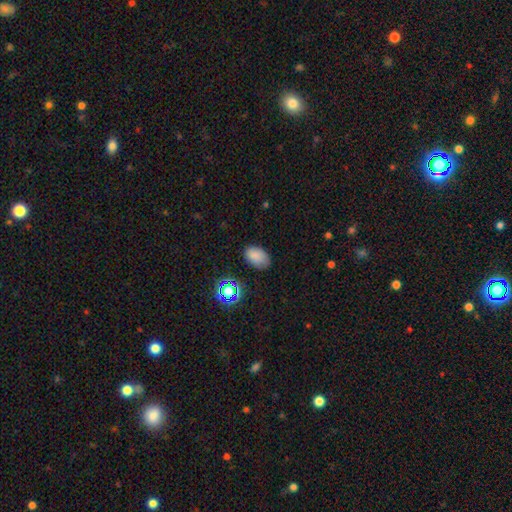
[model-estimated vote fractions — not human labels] Overall: smooth (80%). How rounded: in between (86%). Merging: none (75%).